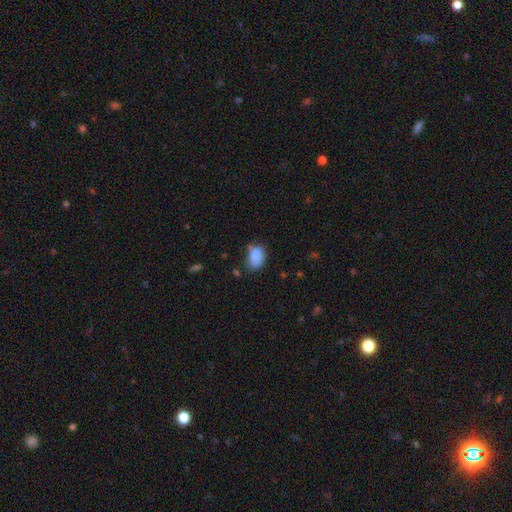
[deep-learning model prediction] Smooth or featured? Predicted: smooth (p=0.85). How rounded? Predicted: in between (p=0.83). Merging? Predicted: none (p=0.53).